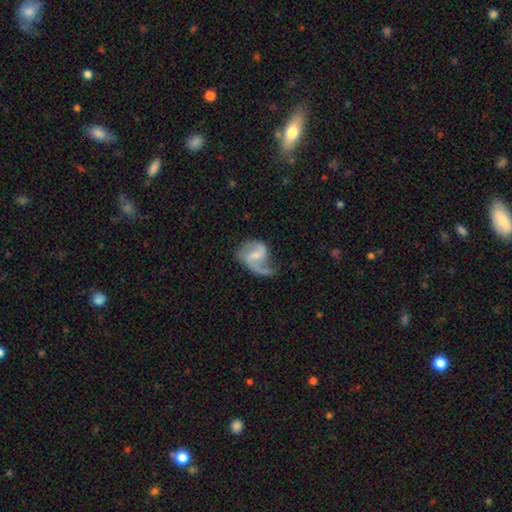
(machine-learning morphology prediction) A featured or disk galaxy (79%) with a weak bar (55%), 2 (71%) loose (56%) spiral arms (93%) and a small central bulge (49%). Merging: none (41%).